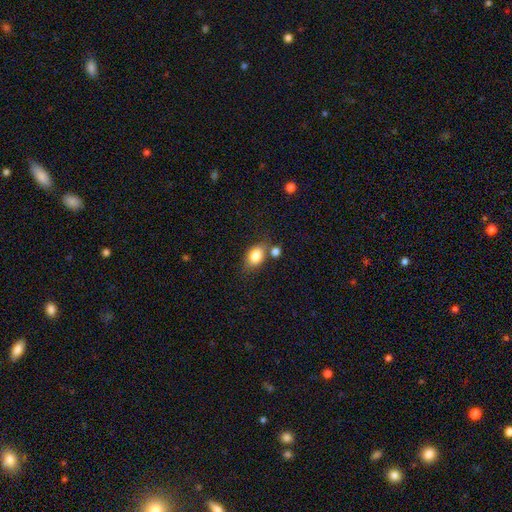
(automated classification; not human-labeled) Overall: smooth (81%). How rounded: in between (73%). Merging: none (62%).